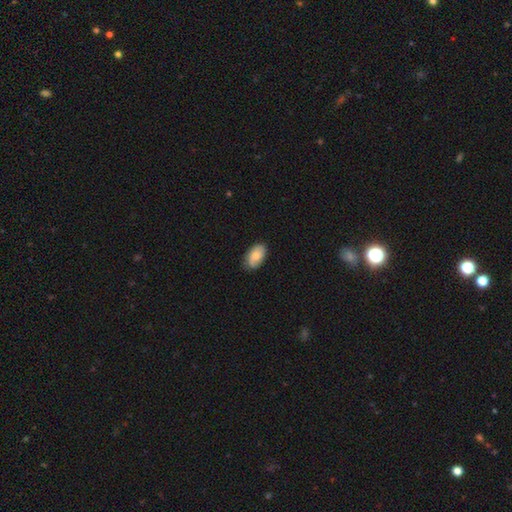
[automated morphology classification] Q: Smooth or featured?
A: smooth (75%); runner-up: featured or disk (18%)
Q: How rounded?
A: in between (94%); runner-up: round (5%)
Q: Merging?
A: none (80%); runner-up: minor disturbance (16%)